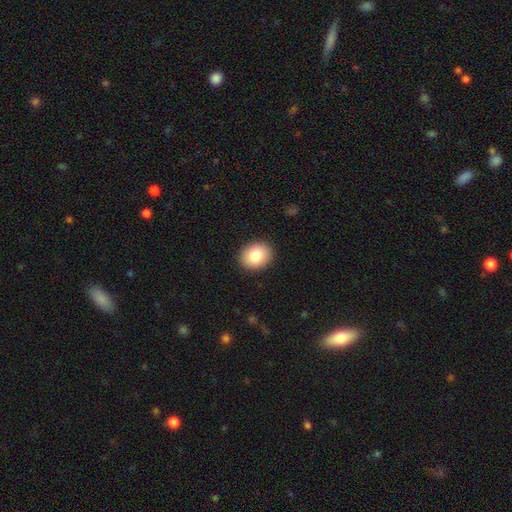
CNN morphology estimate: Overall: smooth (83%). How rounded: round (52%; in between 47%). Merging: none (90%).